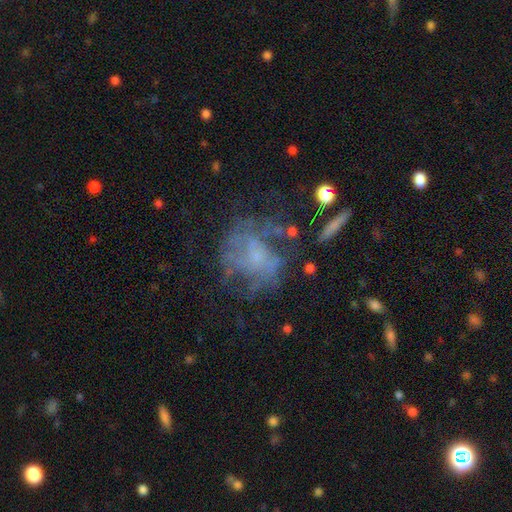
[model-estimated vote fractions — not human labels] Smooth or featured: featured or disk — 59% (smooth — 26%)
Edge-on disk: no — 97% (yes — 3%)
Bar: no — 80% (weak — 17%)
Spiral arms: no — 62% (yes — 38%)
Bulge size: small — 43% (none — 33%)
Merging: none — 49% (major disturbance — 26%)